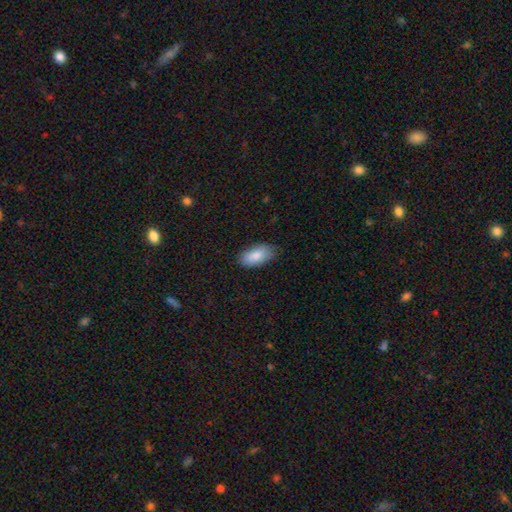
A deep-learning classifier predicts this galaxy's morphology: This appears to be a smooth galaxy with no disk features (86%) that is in between round and cigar-shaped (93%). Merging: none (81%).